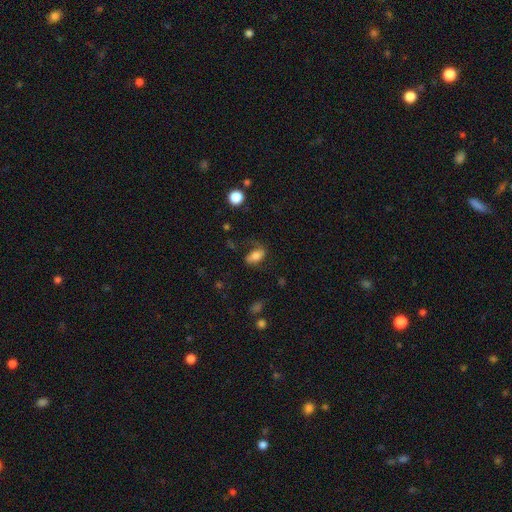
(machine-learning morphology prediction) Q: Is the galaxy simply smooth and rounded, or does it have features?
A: smooth — 71%.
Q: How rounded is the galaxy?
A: in between — 87%.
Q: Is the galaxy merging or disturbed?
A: none — 54%.